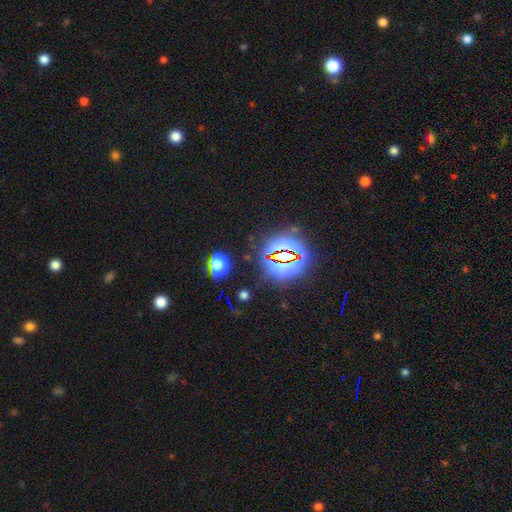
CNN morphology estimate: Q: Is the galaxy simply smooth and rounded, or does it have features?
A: star or artifact — 80%.